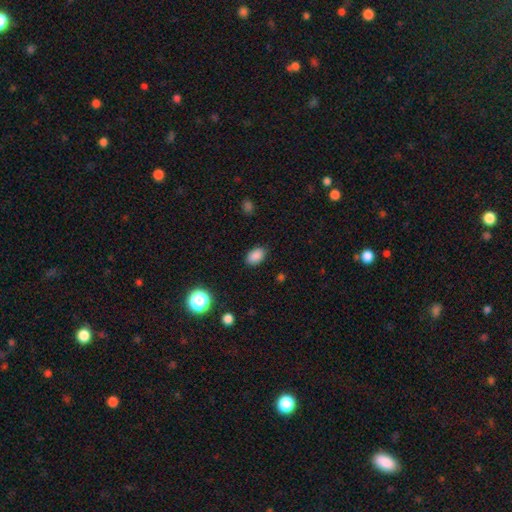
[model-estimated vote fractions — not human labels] Smooth or featured? Predicted: smooth (p=0.86). How rounded? Predicted: in between (p=0.84). Merging? Predicted: none (p=0.85).